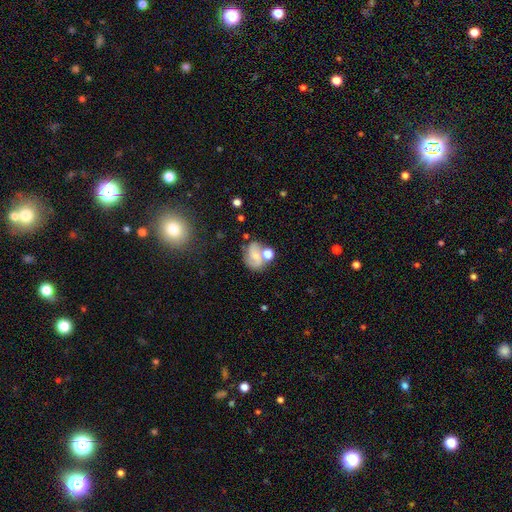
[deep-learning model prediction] smooth-or-featured: featured or disk: 51% | smooth: 37% | star or artifact: 12%
  disk-edge-on: no: 97% | yes: 3%
  merging: none: 47% | merger: 25% | minor disturbance: 19% | major disturbance: 10%